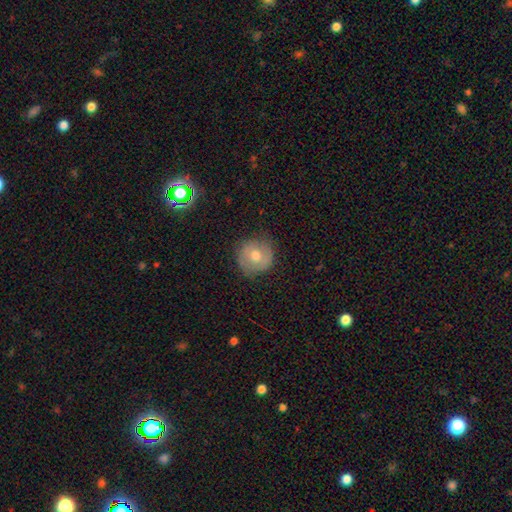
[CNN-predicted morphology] The model was most divided on "smooth or featured": smooth: 57%, featured or disk: 32%, star or artifact: 11%. More confident: how rounded — round (91%); merging — none (82%).